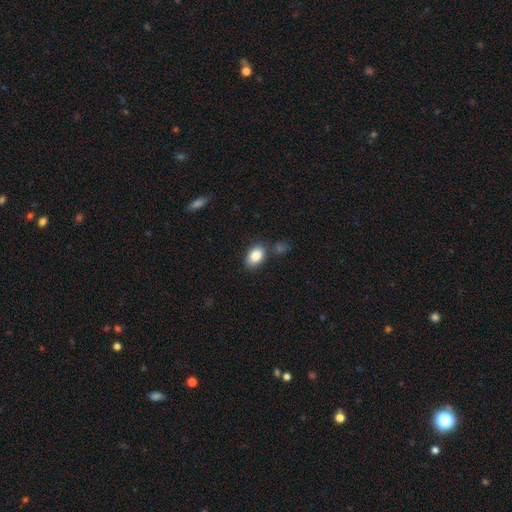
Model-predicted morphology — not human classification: type=smooth (85%); roundness=in between (88%); merging=none (76%).